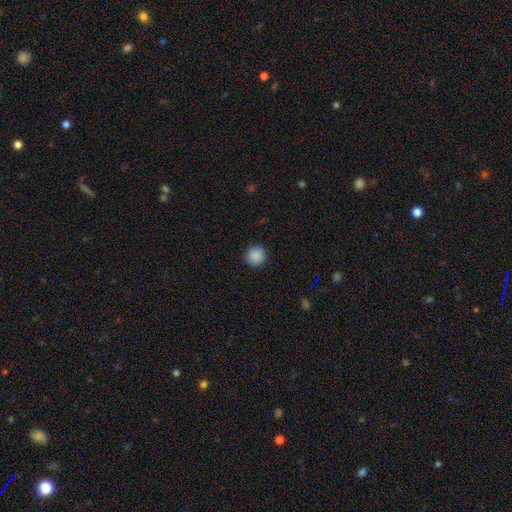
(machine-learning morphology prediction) The model was most divided on "smooth or featured": smooth: 87%, star or artifact: 9%, featured or disk: 4%. More confident: how rounded — round (92%); merging — none (89%).